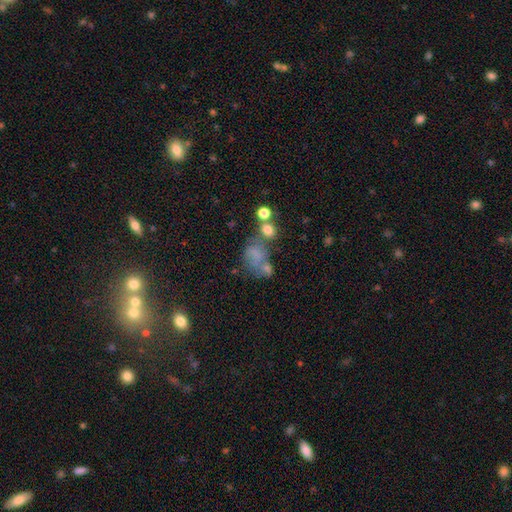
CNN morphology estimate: smooth 57%, featured or disk 25%, star or artifact 18%. Down the decision tree: how rounded — in between (61%); merging — merger (34%).